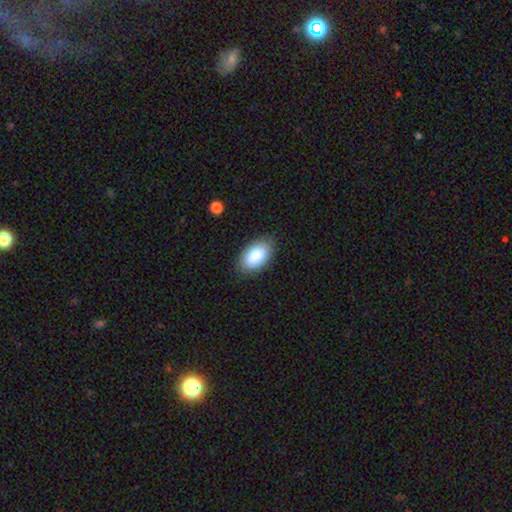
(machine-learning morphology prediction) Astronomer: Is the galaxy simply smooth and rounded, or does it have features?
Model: smooth — 87%.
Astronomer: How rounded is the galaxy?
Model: in between — 95%.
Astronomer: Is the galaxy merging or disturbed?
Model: none — 86%.